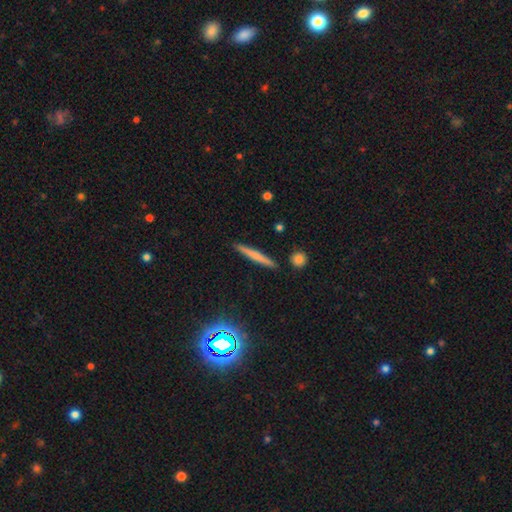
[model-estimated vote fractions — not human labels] smooth 59%, featured or disk 32%, star or artifact 9%. Down the decision tree: how rounded — cigar-shaped (95%); merging — none (90%).